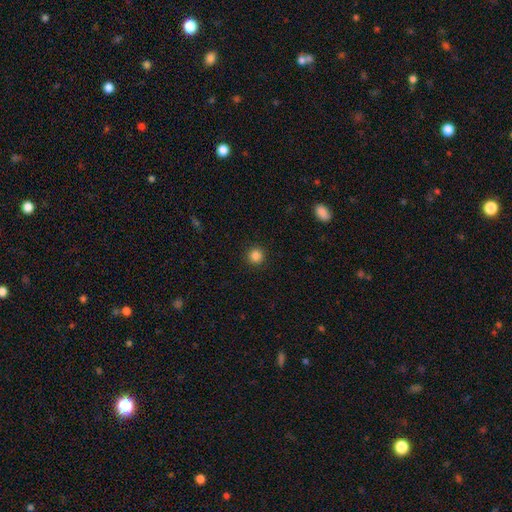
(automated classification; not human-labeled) The model was most divided on "smooth or featured": smooth: 85%, star or artifact: 12%, featured or disk: 4%. More confident: how rounded — round (95%); merging — none (93%).